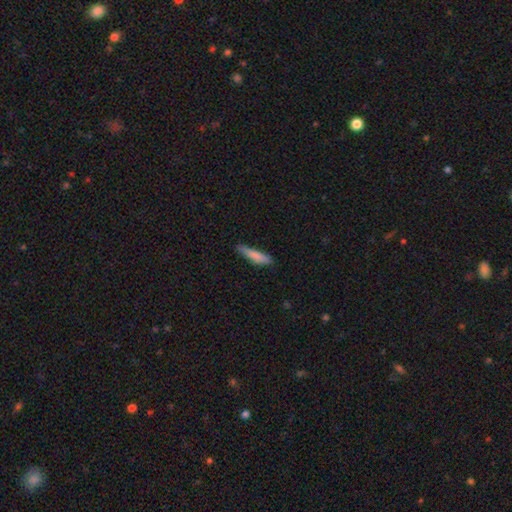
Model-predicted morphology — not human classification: Smooth or featured: smooth — 80% (featured or disk — 14%)
How rounded: cigar-shaped — 83% (in between — 16%)
Merging: none — 75% (minor disturbance — 20%)